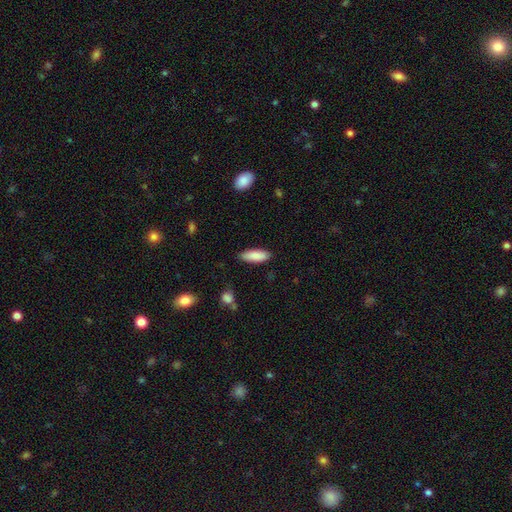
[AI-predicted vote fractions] Smooth or featured: smooth — 87% (featured or disk — 7%)
How rounded: in between — 67% (cigar-shaped — 31%)
Merging: none — 85% (minor disturbance — 12%)